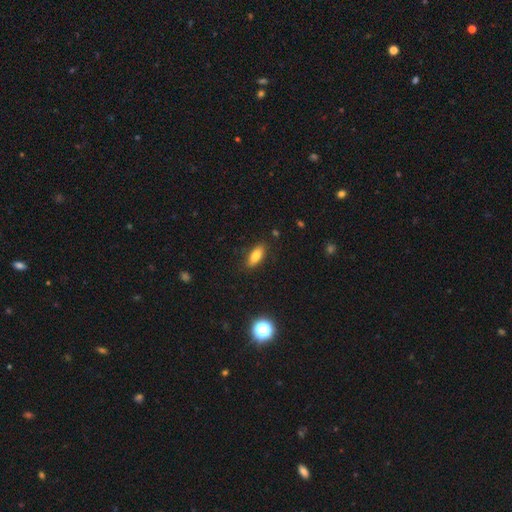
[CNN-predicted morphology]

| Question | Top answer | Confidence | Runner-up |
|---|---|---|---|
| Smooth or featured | smooth | 80% | featured or disk (11%) |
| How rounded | in between | 76% | cigar-shaped (21%) |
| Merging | none | 85% | minor disturbance (11%) |